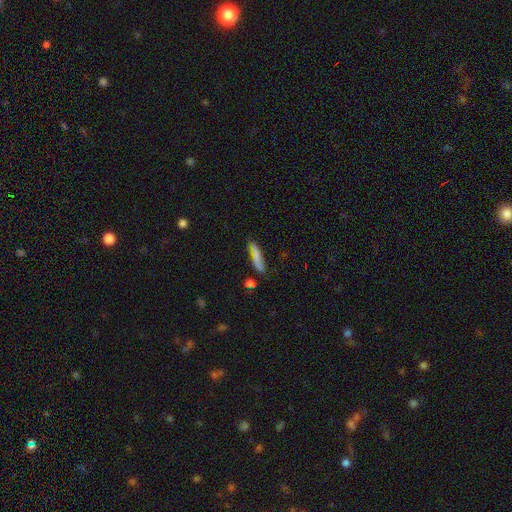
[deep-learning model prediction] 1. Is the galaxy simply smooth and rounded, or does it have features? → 75% smooth, 17% featured or disk, 8% star or artifact.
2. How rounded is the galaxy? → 82% cigar-shaped, 16% in between, 2% round.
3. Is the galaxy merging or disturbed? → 75% none, 17% minor disturbance, 4% major disturbance, 4% merger.